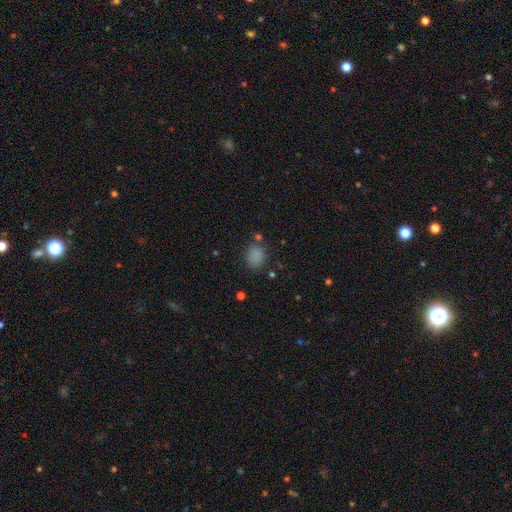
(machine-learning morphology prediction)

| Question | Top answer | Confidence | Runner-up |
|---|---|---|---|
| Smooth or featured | smooth | 82% | star or artifact (13%) |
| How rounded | round | 50% | in between (49%) |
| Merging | none | 78% | minor disturbance (14%) |